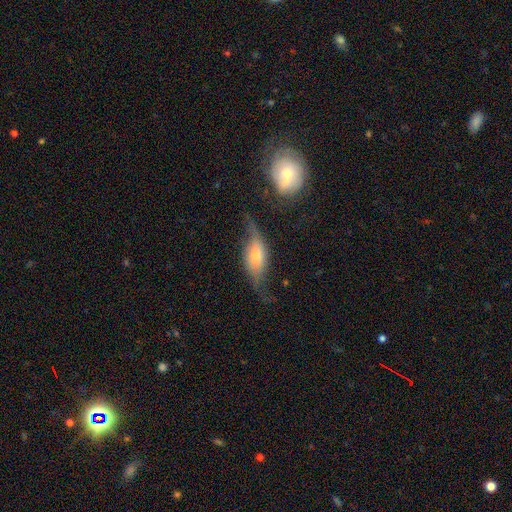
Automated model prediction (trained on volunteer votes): The model was most divided on "merging": none: 45%, minor disturbance: 27%, major disturbance: 24%, merger: 4%. More confident: edge-on disk — no (60%); smooth or featured — featured or disk (57%).